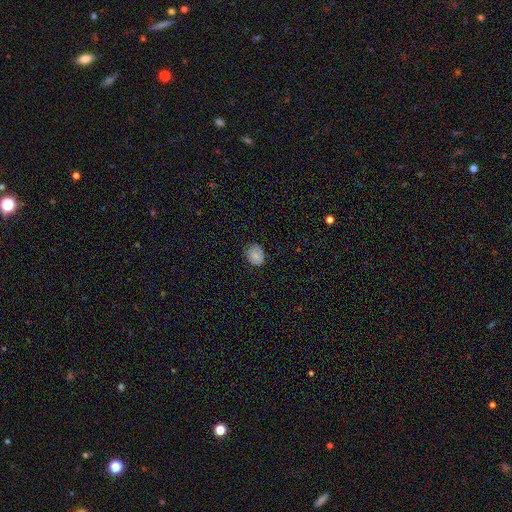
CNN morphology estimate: smooth_or_featured: smooth (p=0.78) [alt: featured or disk p=0.13]
how_rounded: round (p=0.58) [alt: in between p=0.41]
merging: none (p=0.76) [alt: minor disturbance p=0.19]